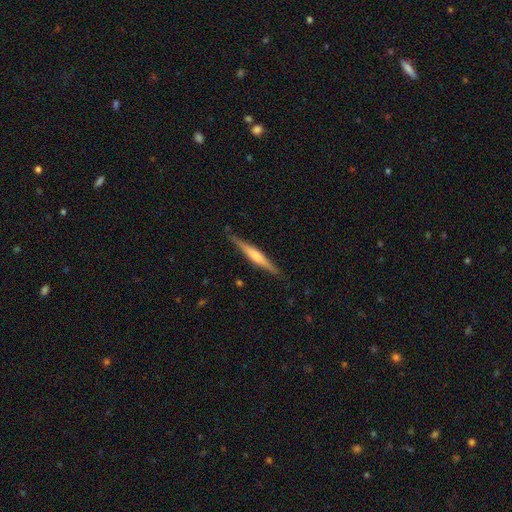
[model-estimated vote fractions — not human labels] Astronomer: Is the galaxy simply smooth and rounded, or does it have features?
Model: featured or disk — 60% (runner-up: smooth, 35%).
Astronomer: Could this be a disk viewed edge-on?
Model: yes — 97%.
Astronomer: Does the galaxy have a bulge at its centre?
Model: rounded — 58%.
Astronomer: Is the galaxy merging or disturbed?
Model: none — 86%.